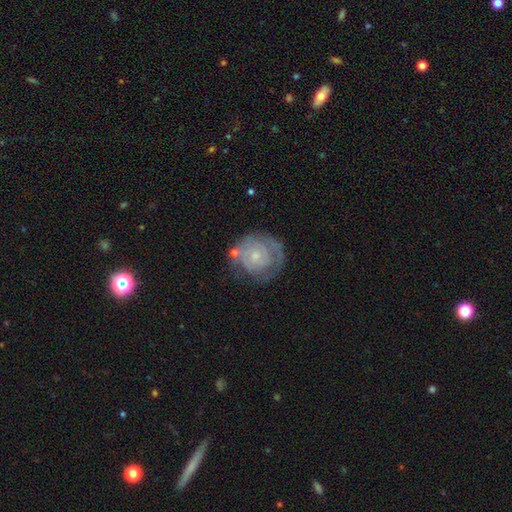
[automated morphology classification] Smooth or featured? Predicted: featured or disk (p=0.68). Edge-on disk? Predicted: no (p=0.98). Bar? Predicted: no (p=0.78). Spiral arms? Predicted: yes (p=0.75). Bulge size? Predicted: small (p=0.64). Merging? Predicted: none (p=0.62).